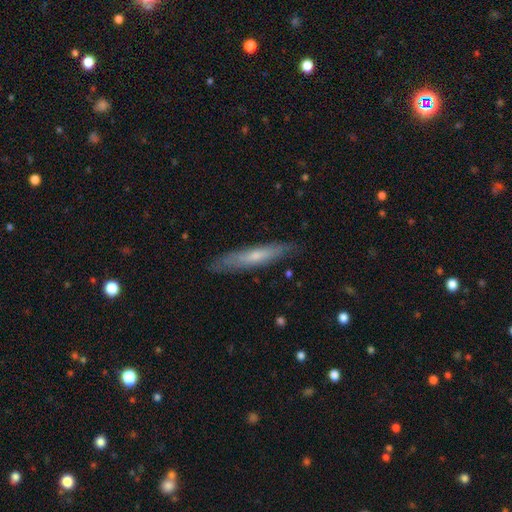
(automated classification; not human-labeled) Overall: smooth (49%; featured or disk 45%). Merging: none (84%).